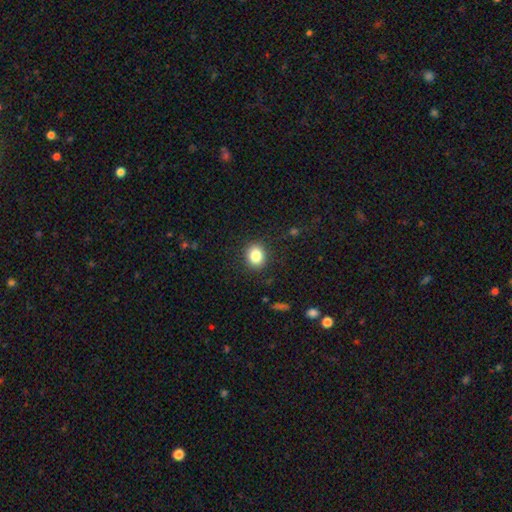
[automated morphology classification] Smooth or featured: smooth — 84% (star or artifact — 10%)
How rounded: round — 62% (in between — 38%)
Merging: none — 88% (minor disturbance — 8%)